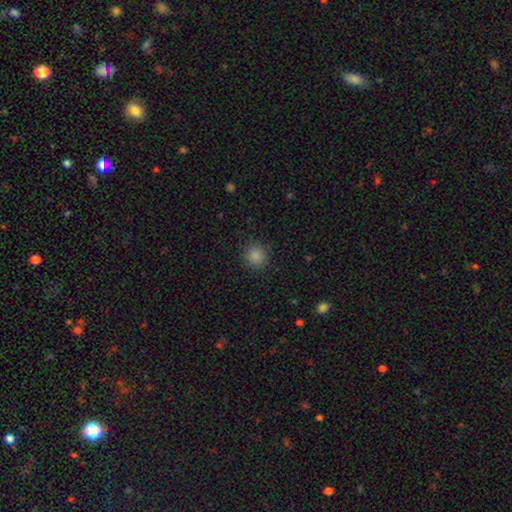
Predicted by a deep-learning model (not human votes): Smooth or featured? Predicted: smooth (p=0.86). How rounded? Predicted: round (p=0.91). Merging? Predicted: none (p=0.90).